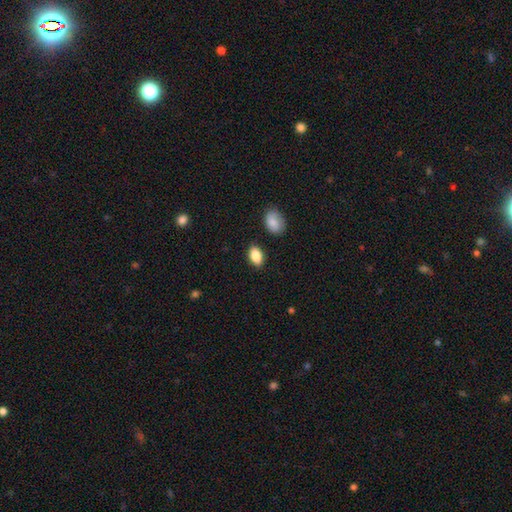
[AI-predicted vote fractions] Morphology: type=smooth (86%); roundness=in between (89%); merging=none (85%).